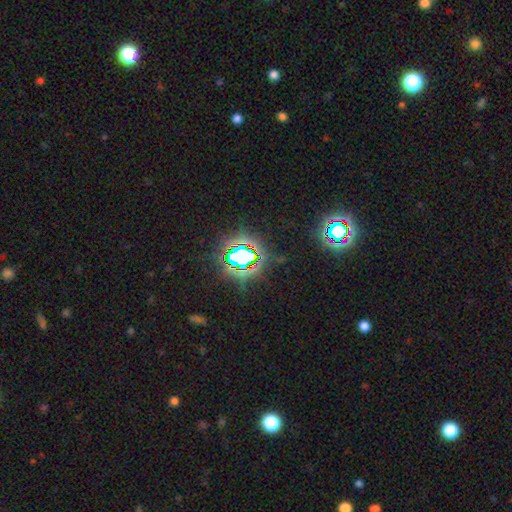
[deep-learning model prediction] A star or artifact, not a galaxy (80%).

Vote fractions:
- Smooth or featured? star or artifact: 80% / smooth: 12% / featured or disk: 8%